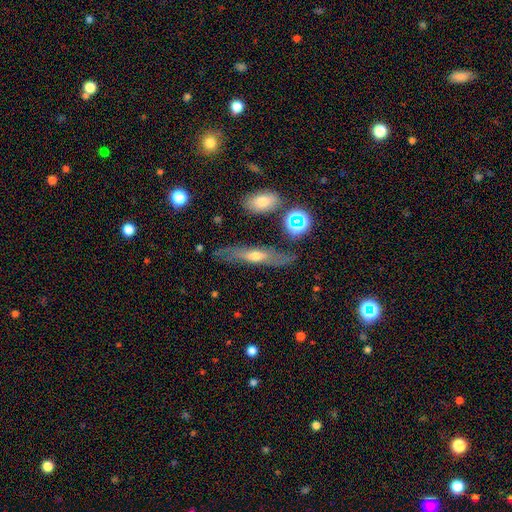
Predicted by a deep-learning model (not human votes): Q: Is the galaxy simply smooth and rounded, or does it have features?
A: featured or disk — 54%.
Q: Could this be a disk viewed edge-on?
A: yes — 70%.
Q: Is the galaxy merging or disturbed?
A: none — 74%.